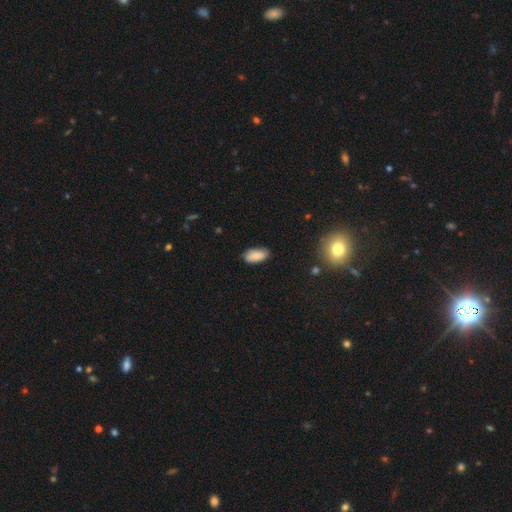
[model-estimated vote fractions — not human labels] A smooth galaxy with no disk features (84%) that is in between round and cigar-shaped (89%).

Vote fractions:
- Smooth or featured? smooth: 84% / featured or disk: 9% / star or artifact: 7%
- How rounded? in between: 89% / cigar-shaped: 8% / round: 2%
- Merging? none: 82% / minor disturbance: 15% / major disturbance: 2% / merger: 1%